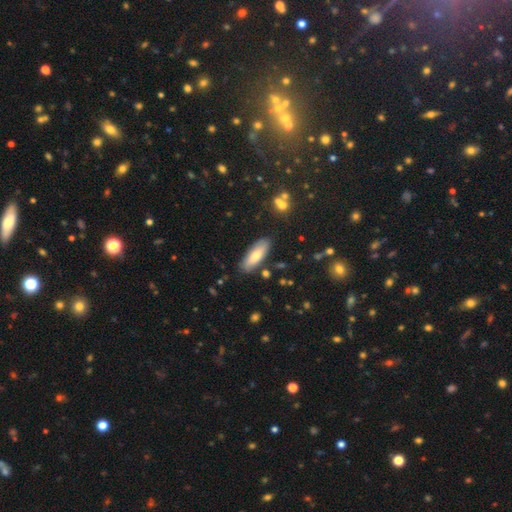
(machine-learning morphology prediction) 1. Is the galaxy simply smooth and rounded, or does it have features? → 72% smooth, 22% featured or disk, 6% star or artifact.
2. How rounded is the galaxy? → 66% in between, 32% cigar-shaped, 2% round.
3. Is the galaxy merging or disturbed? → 83% none, 12% minor disturbance, 3% merger, 2% major disturbance.